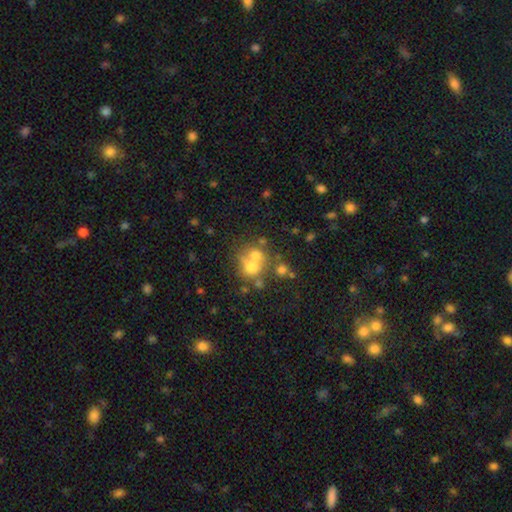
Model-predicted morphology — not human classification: Smooth or featured? smooth (61%)
How rounded? round (74%)
Merging? merger (52%)